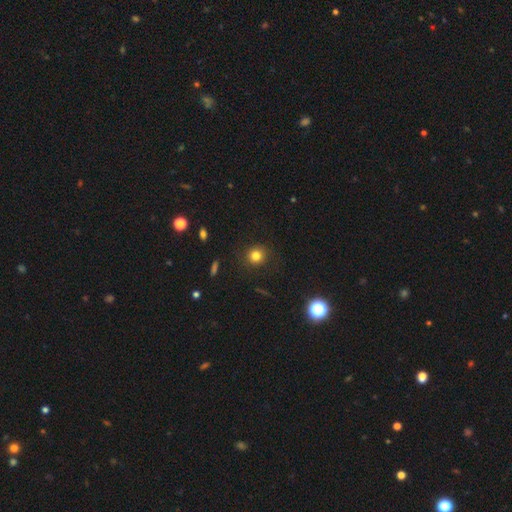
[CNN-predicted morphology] Smooth or featured?
  - smooth: 79% *
  - star or artifact: 14%
  - featured or disk: 6%
How rounded?
  - round: 91% *
  - in between: 8%
  - cigar-shaped: 1%
Merging?
  - none: 89% *
  - minor disturbance: 7%
  - major disturbance: 3%
  - merger: 1%